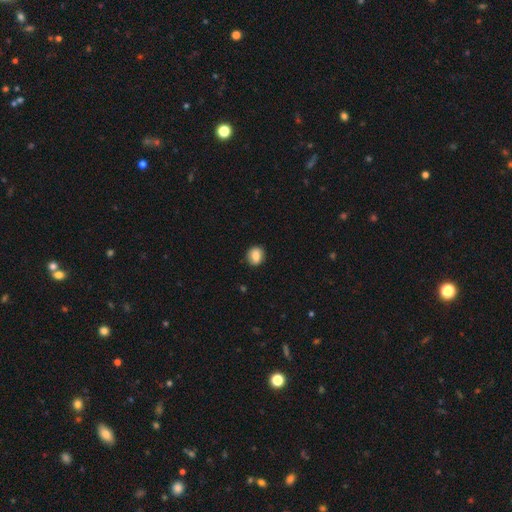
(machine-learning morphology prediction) The model was most divided on "how rounded": round: 64%, in between: 35%, cigar-shaped: 1%. More confident: merging — none (87%); smooth or featured — smooth (82%).